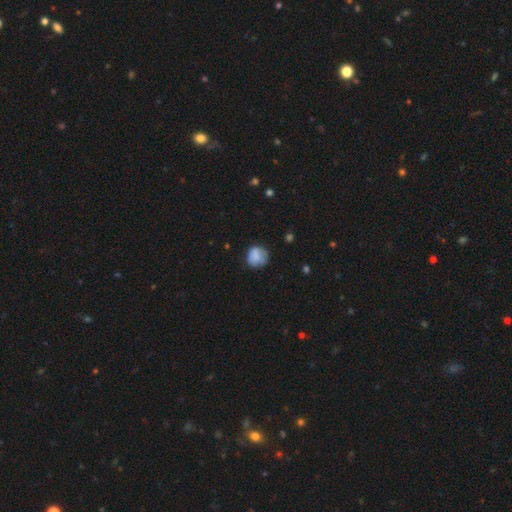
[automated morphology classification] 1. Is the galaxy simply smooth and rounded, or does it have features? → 79% smooth, 13% featured or disk, 8% star or artifact.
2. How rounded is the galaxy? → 84% round, 15% in between, 1% cigar-shaped.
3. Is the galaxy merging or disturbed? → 66% none, 24% minor disturbance, 8% major disturbance, 2% merger.